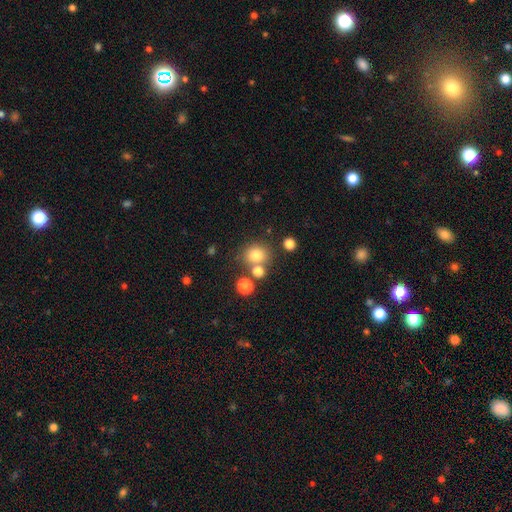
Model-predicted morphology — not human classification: Smooth or featured? smooth (77%)
How rounded? round (79%)
Merging? none (68%)